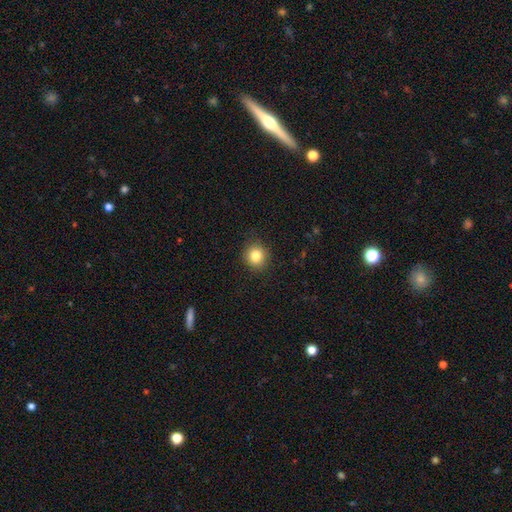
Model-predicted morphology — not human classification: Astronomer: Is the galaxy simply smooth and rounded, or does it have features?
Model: smooth — 83%.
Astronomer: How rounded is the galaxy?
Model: round — 89%.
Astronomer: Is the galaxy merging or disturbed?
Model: none — 90%.